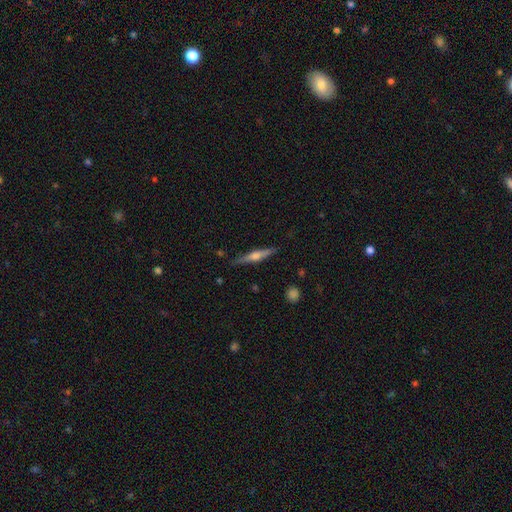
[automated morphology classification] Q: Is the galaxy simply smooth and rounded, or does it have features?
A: featured or disk — 68%.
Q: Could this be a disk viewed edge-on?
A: yes — 98%.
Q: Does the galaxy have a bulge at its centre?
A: rounded — 88%.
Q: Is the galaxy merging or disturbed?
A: none — 88%.